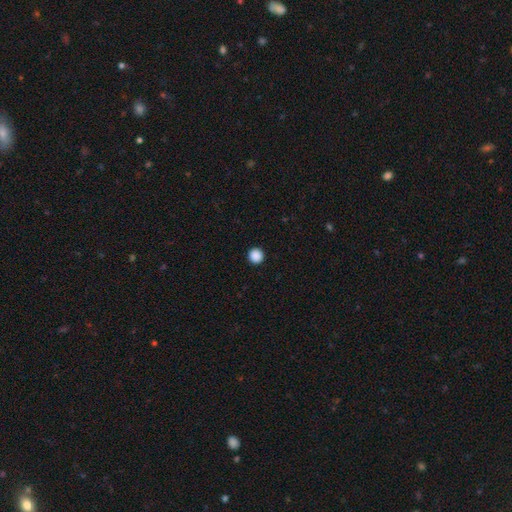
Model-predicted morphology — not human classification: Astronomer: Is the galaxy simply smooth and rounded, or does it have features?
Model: smooth — 89%.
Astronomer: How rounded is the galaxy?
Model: round — 96%.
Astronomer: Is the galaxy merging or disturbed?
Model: none — 94%.